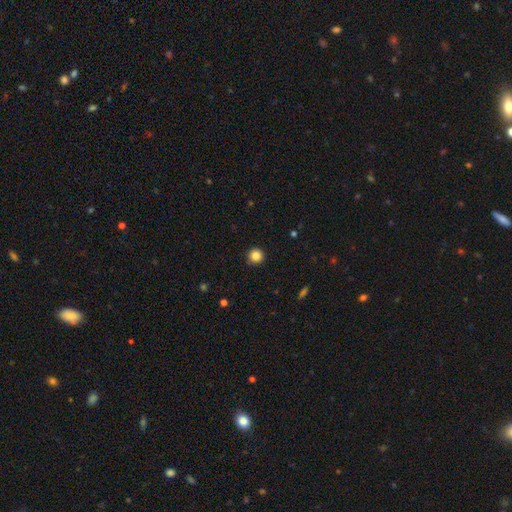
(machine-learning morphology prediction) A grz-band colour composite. It shows a smooth galaxy with no disk features (84%) that is round (95%). Merging: none (91%).